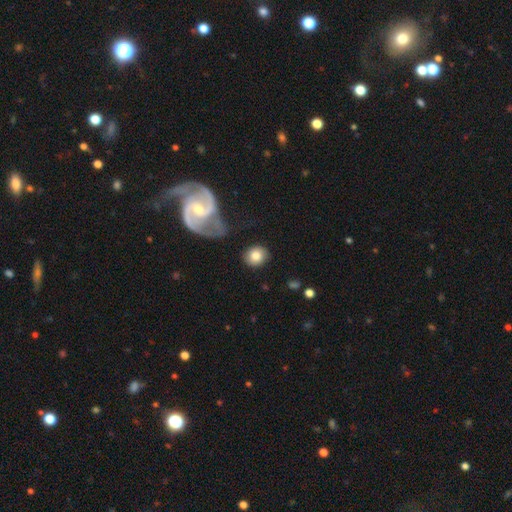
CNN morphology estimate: A smooth galaxy with no disk features (79%) that is round (76%).

Vote fractions:
- Smooth or featured? smooth: 79% / featured or disk: 14% / star or artifact: 7%
- How rounded? round: 76% / in between: 23% / cigar-shaped: 1%
- Merging? none: 80% / minor disturbance: 10% / major disturbance: 5% / merger: 5%